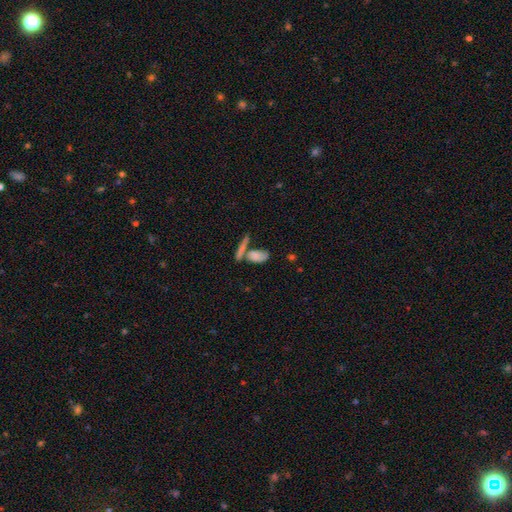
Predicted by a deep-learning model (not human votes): smooth 71%, featured or disk 20%, star or artifact 9%. Down the decision tree: how rounded — in between (80%); merging — none (39%).